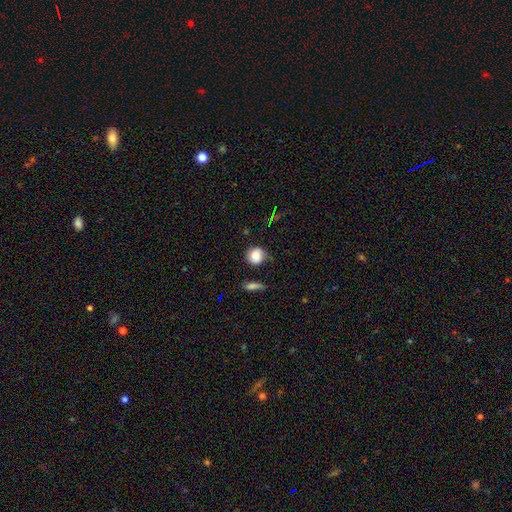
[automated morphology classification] This appears to be a smooth galaxy with no disk features (81%) that is round (89%). Merging: none (77%).